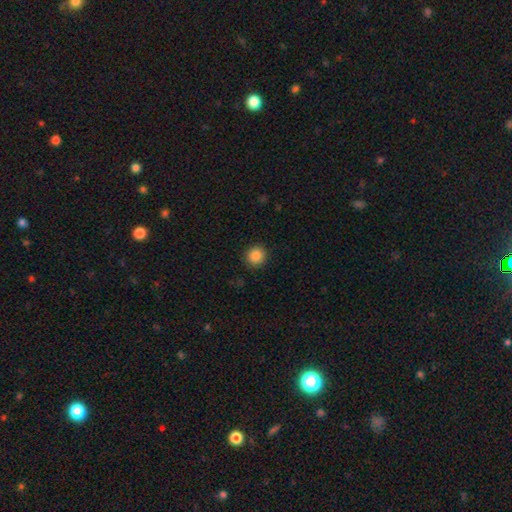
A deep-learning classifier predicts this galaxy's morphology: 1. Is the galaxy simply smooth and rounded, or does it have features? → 87% smooth, 10% star or artifact, 3% featured or disk.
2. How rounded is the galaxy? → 92% round, 7% in between, 1% cigar-shaped.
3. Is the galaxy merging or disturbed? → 92% none, 5% minor disturbance, 2% major disturbance, 1% merger.